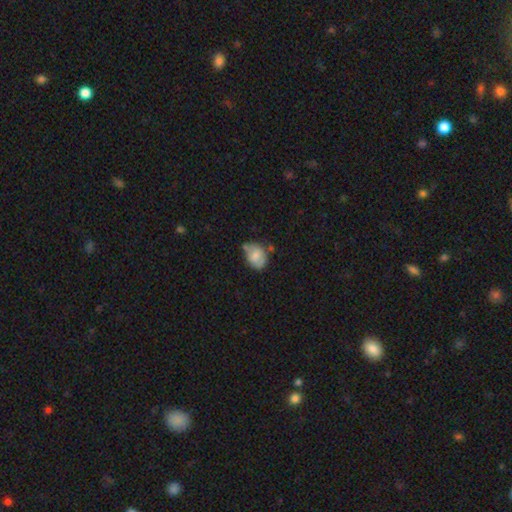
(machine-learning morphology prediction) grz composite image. It shows a smooth galaxy with no disk features (72%) that is in between round and cigar-shaped (69%). Merging: none (43%).